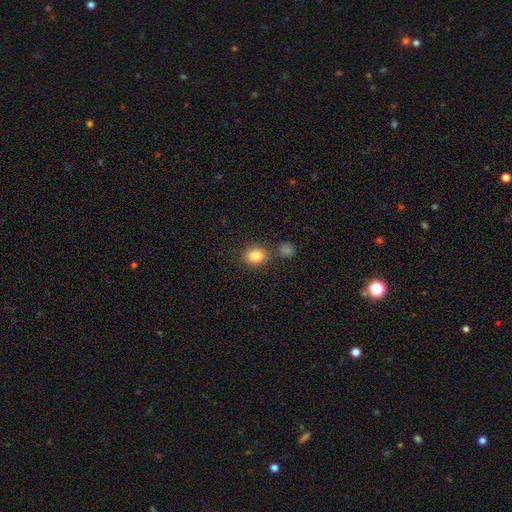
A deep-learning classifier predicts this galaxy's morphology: Smooth or featured? Predicted: smooth (p=0.84). How rounded? Predicted: round (p=0.53). Merging? Predicted: none (p=0.74).